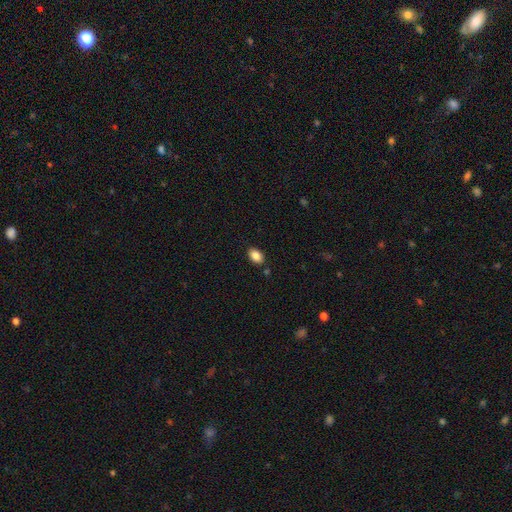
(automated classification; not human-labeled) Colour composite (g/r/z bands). It shows a smooth galaxy with no disk features (87%) that is in between round and cigar-shaped (87%). Merging: none (85%).